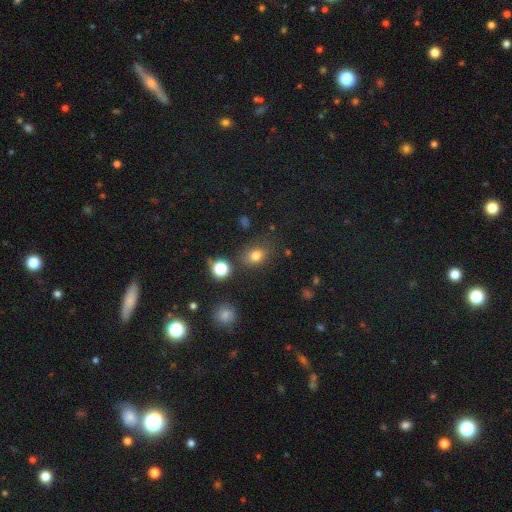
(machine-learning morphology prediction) Smooth or featured: smooth — 76% (star or artifact — 16%)
How rounded: in between — 60% (round — 39%)
Merging: none — 75% (minor disturbance — 15%)